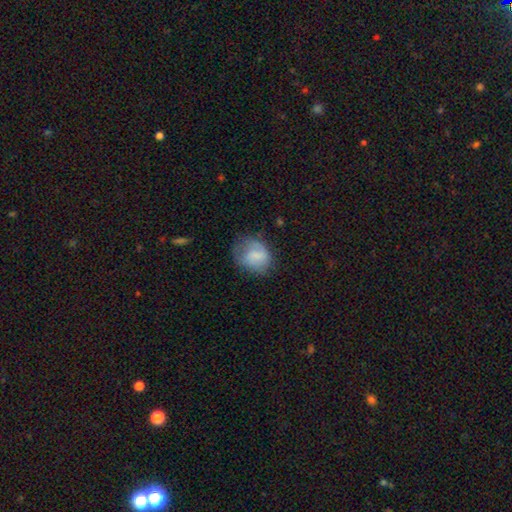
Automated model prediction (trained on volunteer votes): Overall: smooth (68%). How rounded: round (51%; in between 48%). Merging: none (48%; minor disturbance 31%).